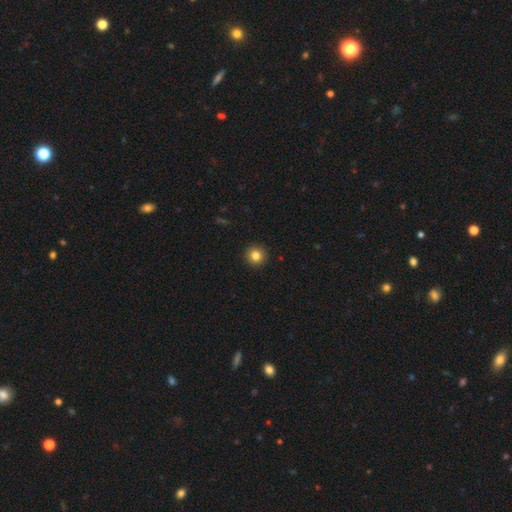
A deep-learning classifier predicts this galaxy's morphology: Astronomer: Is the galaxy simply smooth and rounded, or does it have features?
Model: smooth — 83%.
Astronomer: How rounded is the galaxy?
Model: round — 95%.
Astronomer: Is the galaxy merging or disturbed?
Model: none — 93%.